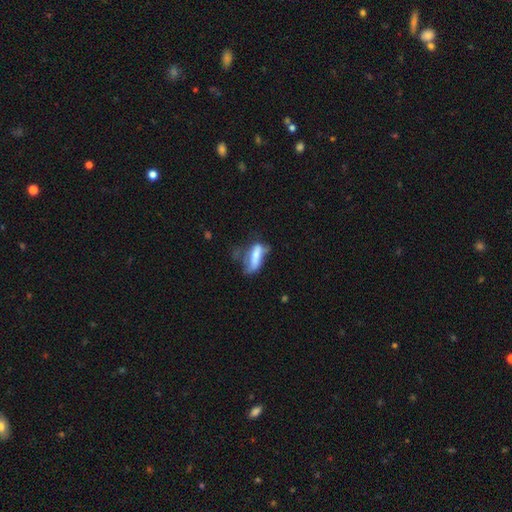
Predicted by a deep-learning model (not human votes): Overall: smooth (58%; featured or disk 33%). How rounded: in between (56%; cigar-shaped 41%). Merging: major disturbance (33%; none 29%).